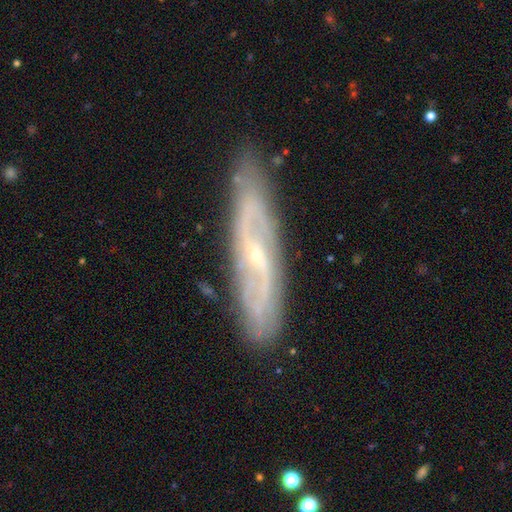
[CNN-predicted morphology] Smooth or featured? Predicted: featured or disk (p=0.84). Edge-on disk? Predicted: no (p=0.78). Bar? Predicted: weak (p=0.44). Spiral arms? Predicted: yes (p=0.93). Spiral winding? Predicted: medium (p=0.42). Spiral arm count? Predicted: 2 (p=0.73). Bulge size? Predicted: small (p=0.76). Merging? Predicted: none (p=0.81).